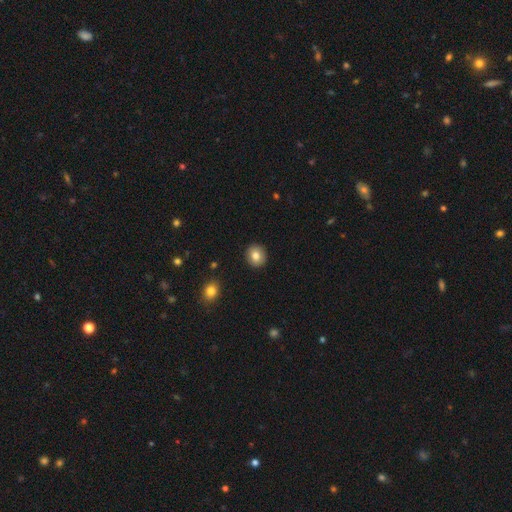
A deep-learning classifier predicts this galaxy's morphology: Smooth or featured: smooth — 82% (featured or disk — 10%)
How rounded: round — 83% (in between — 16%)
Merging: none — 92% (minor disturbance — 6%)